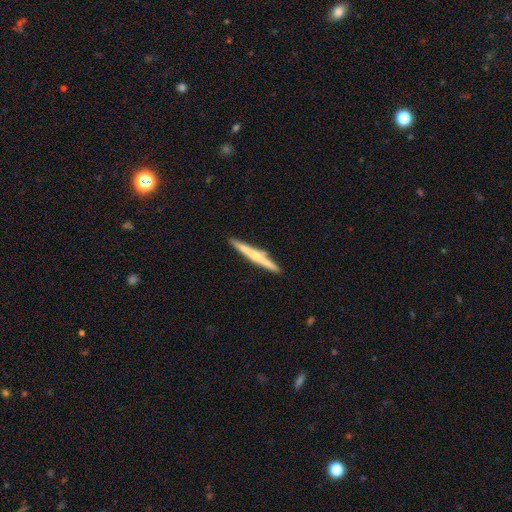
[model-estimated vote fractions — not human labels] Smooth or featured? Predicted: featured or disk (p=0.61). Edge-on disk? Predicted: yes (p=0.98). Edge-on bulge? Predicted: rounded (p=0.71). Merging? Predicted: none (p=0.90).